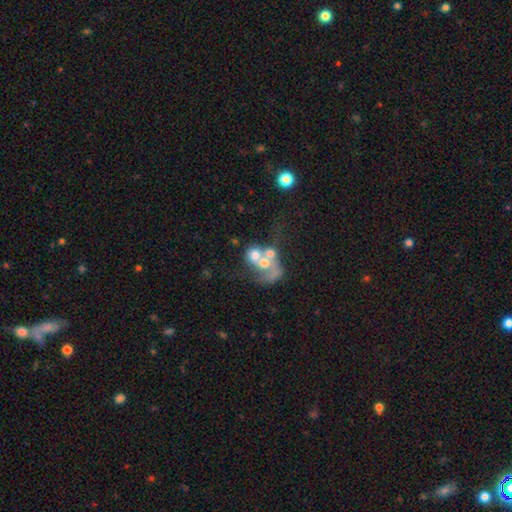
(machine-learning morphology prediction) Smooth or featured: featured or disk — 49% (smooth — 39%)
Merging: merger — 68% (major disturbance — 13%)